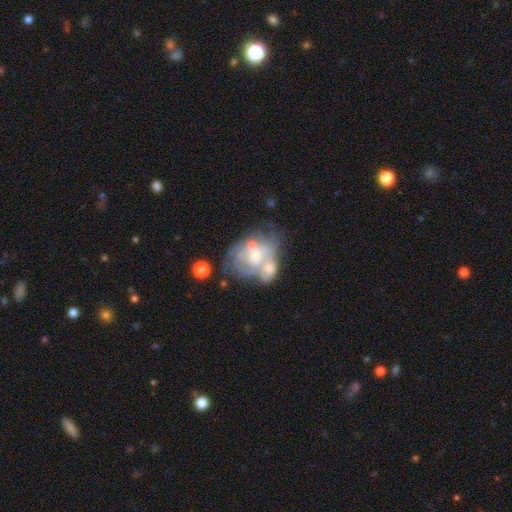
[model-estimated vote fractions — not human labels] Smooth or featured? featured or disk (62%)
Edge-on disk? no (97%)
Bar? no (82%)
Spiral arms? no (67%)
Bulge size? moderate (46%)
Merging? merger (52%)